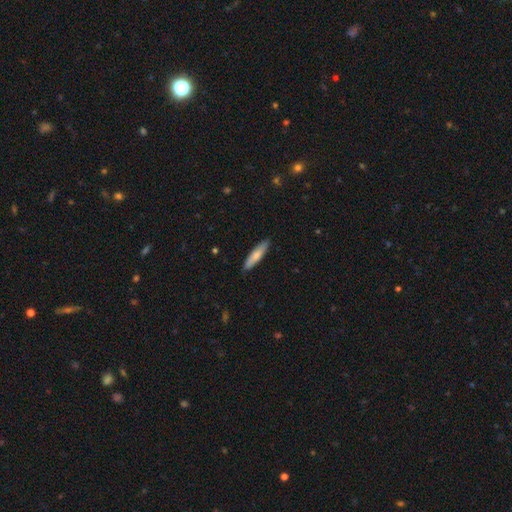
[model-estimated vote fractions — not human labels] Overall: smooth (74%). How rounded: cigar-shaped (79%). Merging: none (88%).